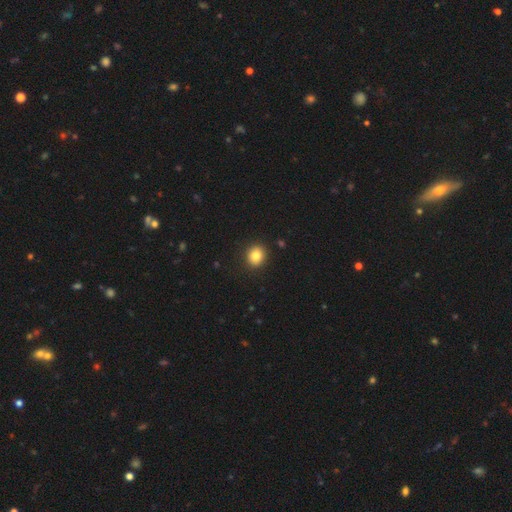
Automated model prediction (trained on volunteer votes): Smooth or featured? Predicted: smooth (p=0.83). How rounded? Predicted: round (p=0.79). Merging? Predicted: none (p=0.91).